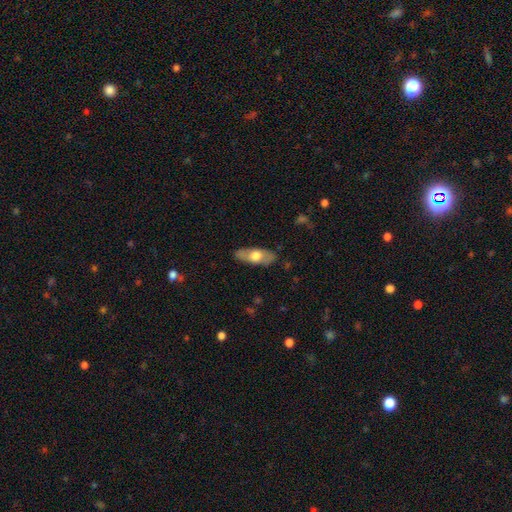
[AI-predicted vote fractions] Smooth or featured? Predicted: smooth (p=0.58). How rounded? Predicted: in between (p=0.77). Merging? Predicted: none (p=0.83).